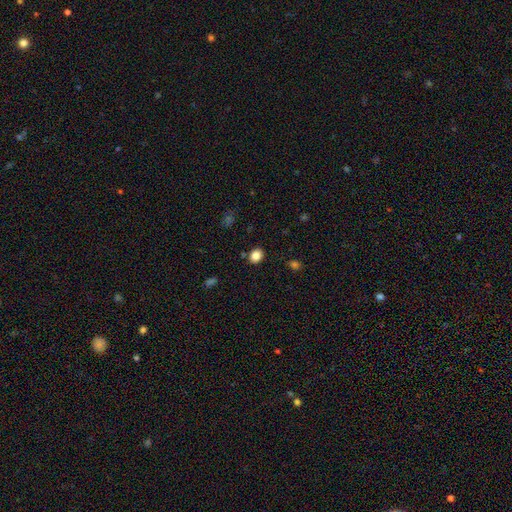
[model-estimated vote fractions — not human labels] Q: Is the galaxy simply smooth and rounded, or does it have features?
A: smooth — 85%.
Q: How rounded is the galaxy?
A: round — 56%.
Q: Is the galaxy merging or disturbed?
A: none — 86%.